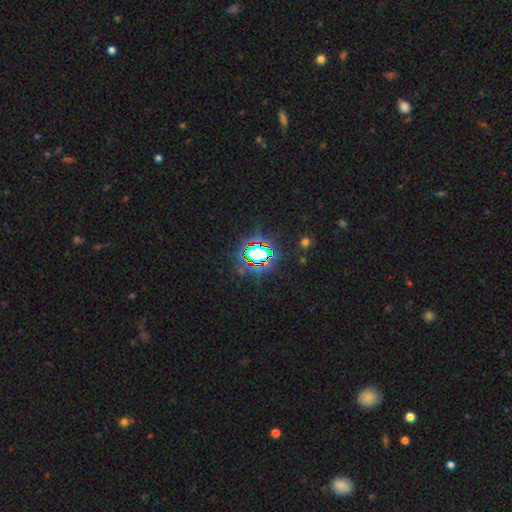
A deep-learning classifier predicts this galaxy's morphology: Overall: star or artifact (72%).